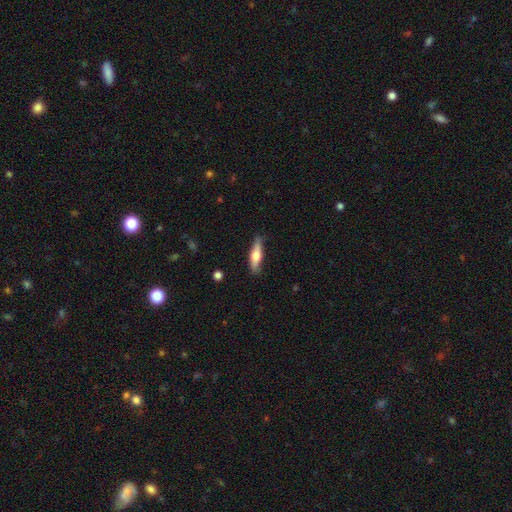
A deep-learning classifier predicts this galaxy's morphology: This is possibly a smooth galaxy (51%). How rounded: likely cigar-shaped (69%). Merging: clearly none (82%).